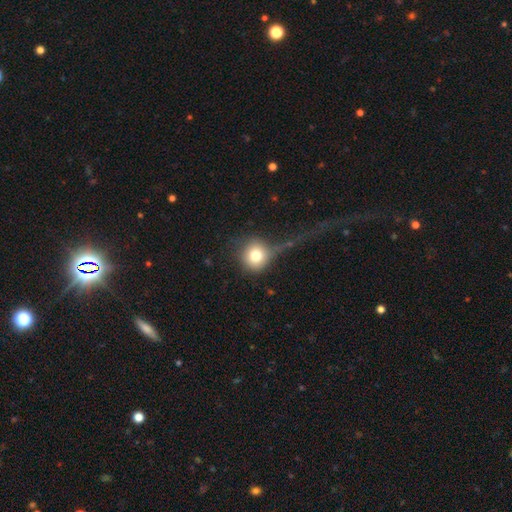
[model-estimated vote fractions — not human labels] Smooth or featured?
  - smooth: 76% *
  - featured or disk: 14%
  - star or artifact: 10%
How rounded?
  - round: 92% *
  - in between: 7%
  - cigar-shaped: 1%
Merging?
  - none: 41% *
  - major disturbance: 33%
  - minor disturbance: 20%
  - merger: 5%